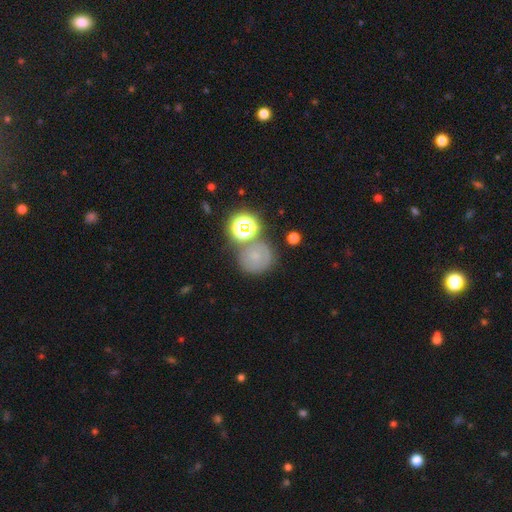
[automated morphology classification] Overall: smooth (52%; star or artifact 27%). How rounded: round (85%). Merging: none (64%).